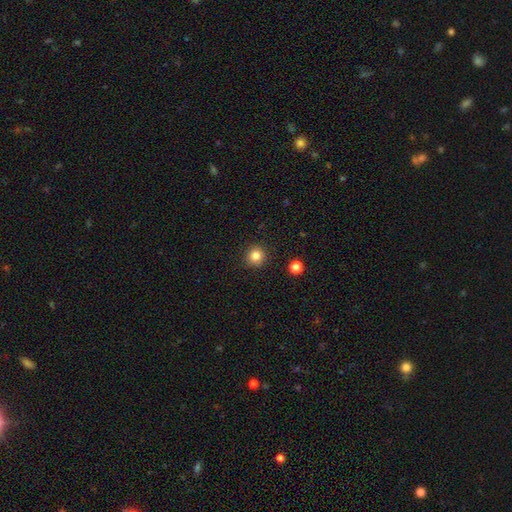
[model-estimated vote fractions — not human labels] smooth 83%, star or artifact 12%, featured or disk 5%. Down the decision tree: how rounded — round (93%); merging — none (92%).